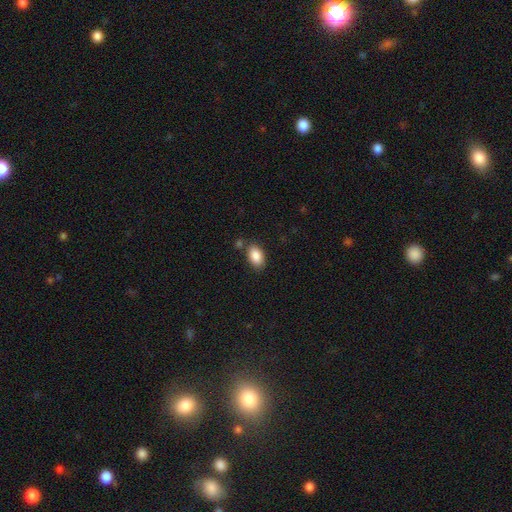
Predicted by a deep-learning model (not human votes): Smooth or featured? smooth (88%)
How rounded? in between (91%)
Merging? none (76%)